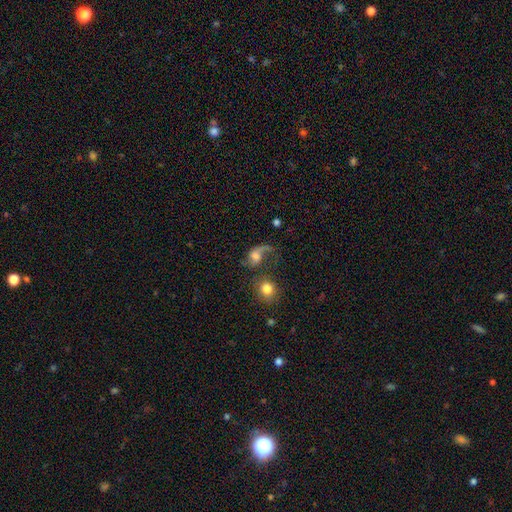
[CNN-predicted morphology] Smooth or featured: featured or disk — 61% (smooth — 29%)
Edge-on disk: no — 96% (yes — 4%)
Bar: no — 61% (weak — 32%)
Spiral arms: yes — 86% (no — 14%)
Spiral winding: loose — 80% (medium — 16%)
Spiral arm count: 2 — 60% (1 — 35%)
Bulge size: moderate — 41% (small — 24%)
Merging: major disturbance — 35% (none — 34%)